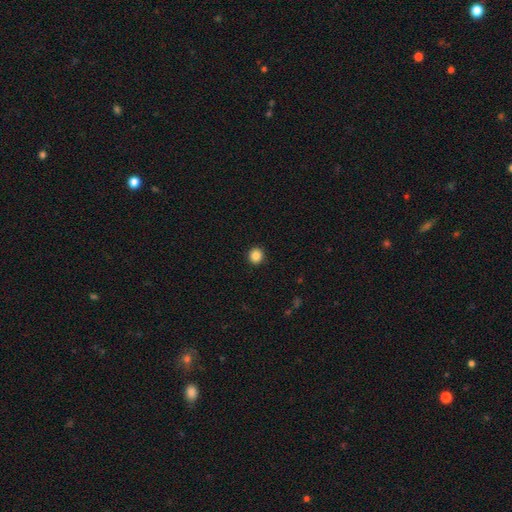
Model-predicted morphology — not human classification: type=smooth (86%); roundness=round (88%); merging=none (93%).